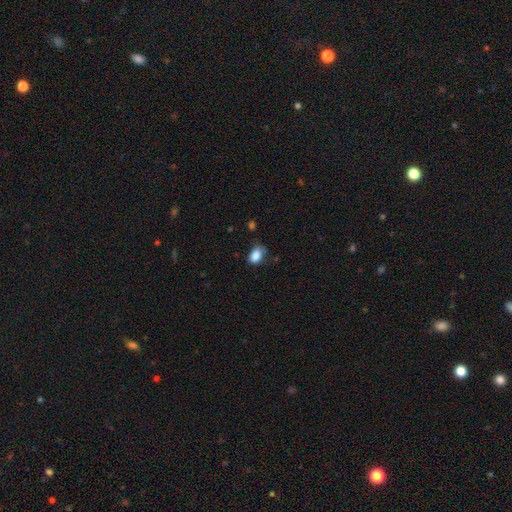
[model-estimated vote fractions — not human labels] A smooth galaxy with no disk features (86%) that is in between round and cigar-shaped (86%).

Vote fractions:
- Smooth or featured? smooth: 86% / star or artifact: 9% / featured or disk: 5%
- How rounded? in between: 86% / round: 13% / cigar-shaped: 2%
- Merging? none: 62% / minor disturbance: 28% / major disturbance: 7% / merger: 3%